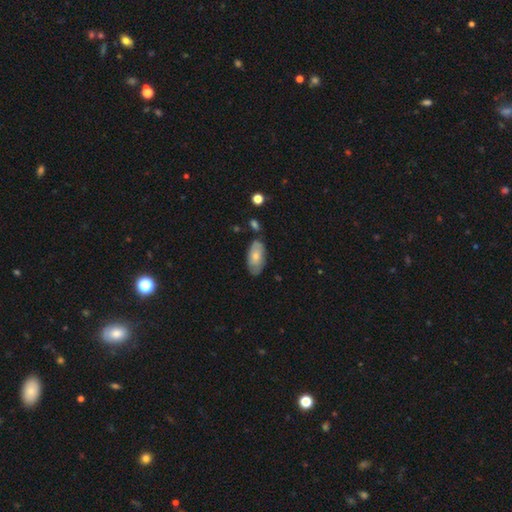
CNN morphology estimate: Q: Smooth or featured?
A: smooth (64%); runner-up: featured or disk (30%)
Q: How rounded?
A: in between (93%); runner-up: cigar-shaped (4%)
Q: Merging?
A: none (71%); runner-up: minor disturbance (21%)